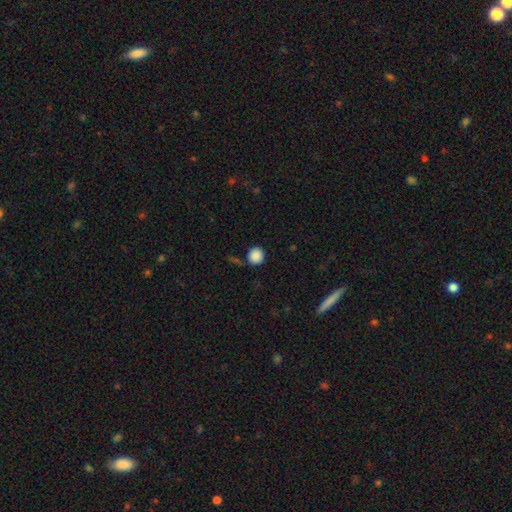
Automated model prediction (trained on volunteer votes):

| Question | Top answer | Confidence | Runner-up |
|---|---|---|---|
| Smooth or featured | smooth | 88% | star or artifact (9%) |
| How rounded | round | 87% | in between (12%) |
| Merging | none | 83% | minor disturbance (10%) |